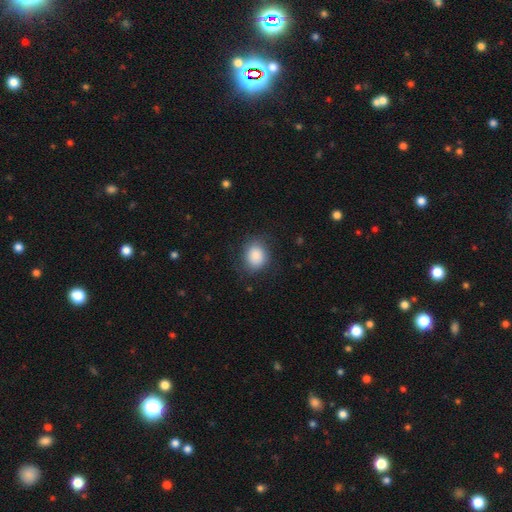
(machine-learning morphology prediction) smooth_or_featured: smooth (p=0.86) [alt: star or artifact p=0.07]
how_rounded: round (p=0.58) [alt: in between p=0.41]
merging: none (p=0.76) [alt: minor disturbance p=0.17]